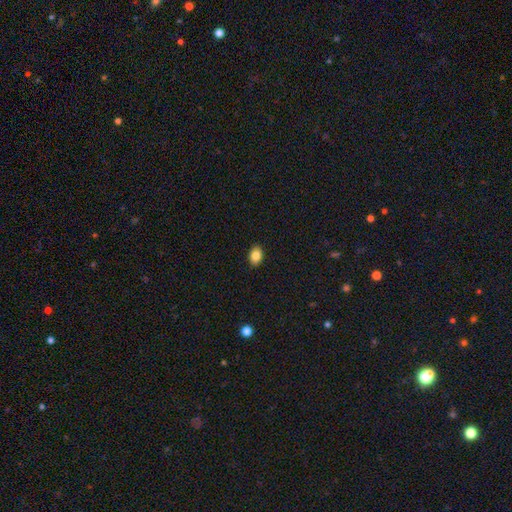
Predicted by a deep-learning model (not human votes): A smooth galaxy with no disk features (84%) that is in between round and cigar-shaped (78%). Merging: none (90%).